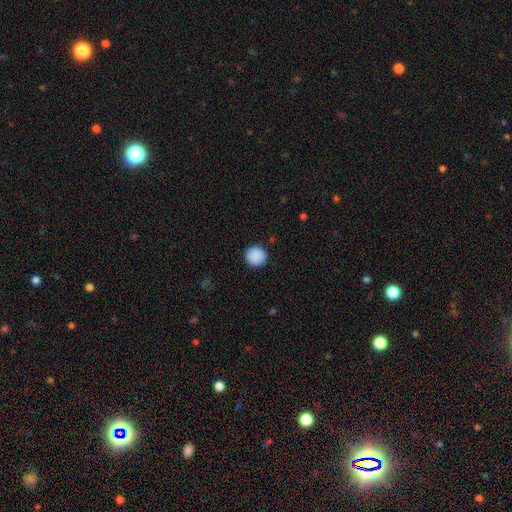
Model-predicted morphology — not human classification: A smooth galaxy with no disk features (90%) that is round (94%).

Vote fractions:
- Smooth or featured? smooth: 90% / star or artifact: 8% / featured or disk: 2%
- How rounded? round: 94% / in between: 5% / cigar-shaped: 1%
- Merging? none: 91% / minor disturbance: 6% / major disturbance: 2% / merger: 1%